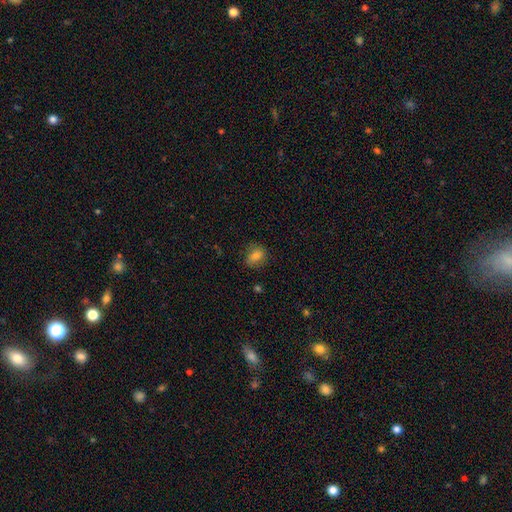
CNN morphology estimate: type=smooth (79%); roundness=in between (63%); merging=none (76%).